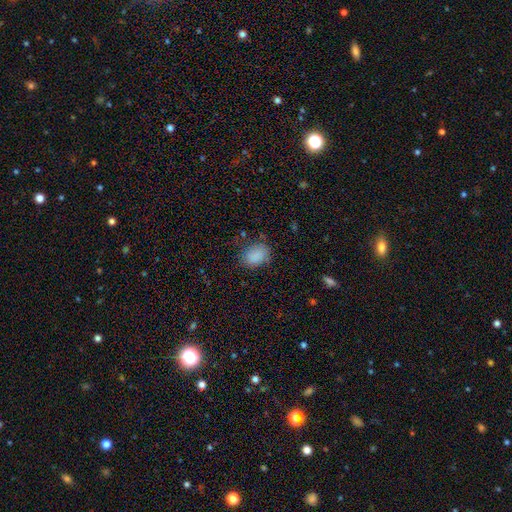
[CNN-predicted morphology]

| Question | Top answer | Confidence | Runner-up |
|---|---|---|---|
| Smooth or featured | smooth | 86% | star or artifact (9%) |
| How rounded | in between | 76% | round (23%) |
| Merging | none | 73% | minor disturbance (19%) |